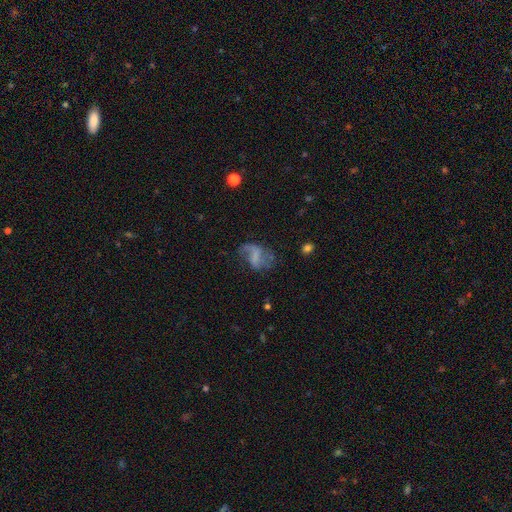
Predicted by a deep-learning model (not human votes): A featured or disk galaxy (56%) with a weak bar (38%, tied with no), spiral arms (70%) and no central bulge (67%). Merging: none (40%).